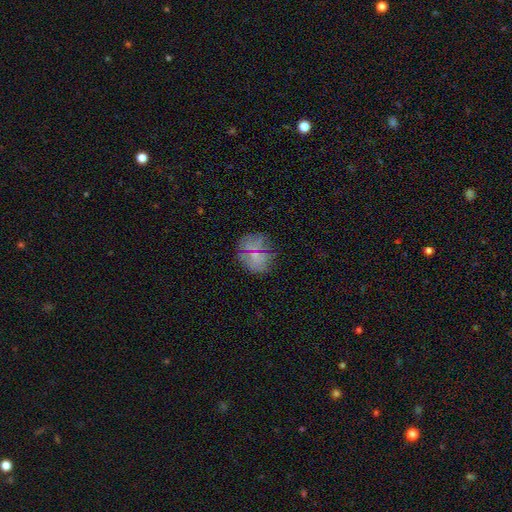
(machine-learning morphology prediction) Smooth or featured: smooth — 60% (featured or disk — 21%)
How rounded: round — 84% (in between — 15%)
Merging: none — 75% (minor disturbance — 16%)